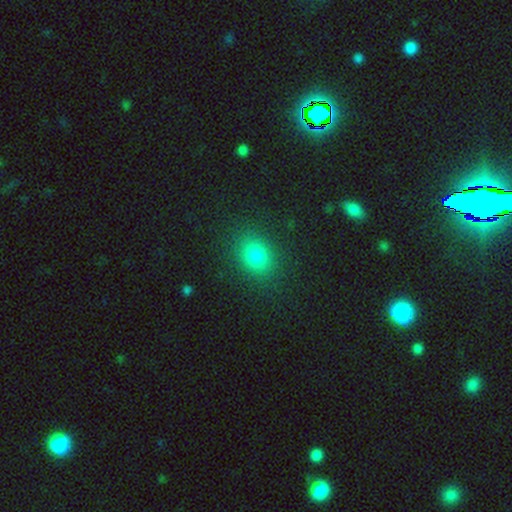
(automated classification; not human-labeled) Smooth or featured: smooth — 79% (star or artifact — 15%)
How rounded: round — 51% (in between — 48%)
Merging: none — 87% (minor disturbance — 8%)